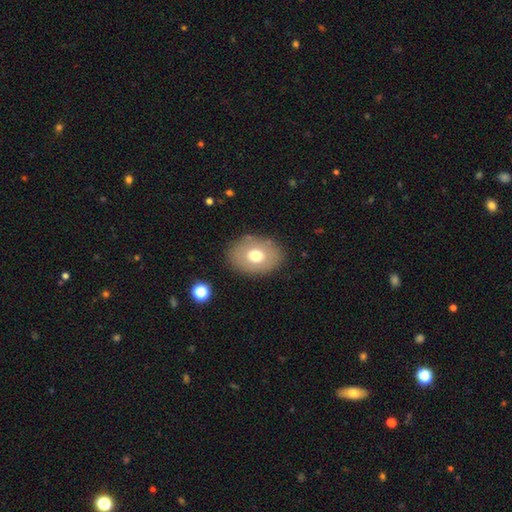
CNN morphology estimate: Overall: smooth (68%). How rounded: in between (67%; round 32%). Merging: none (85%).